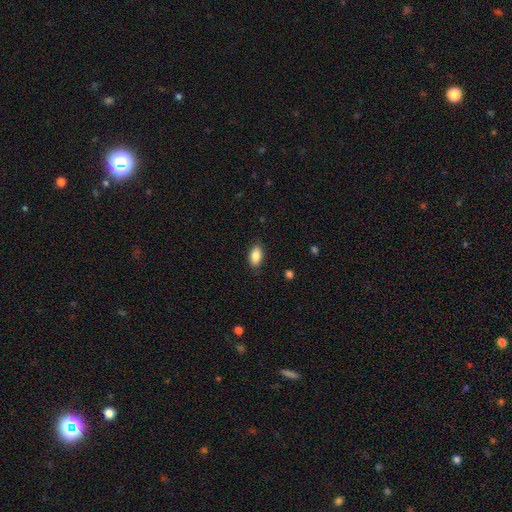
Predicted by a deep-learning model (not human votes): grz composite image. It shows a smooth galaxy with no disk features (86%) that is in between round and cigar-shaped (91%). Merging: none (86%).